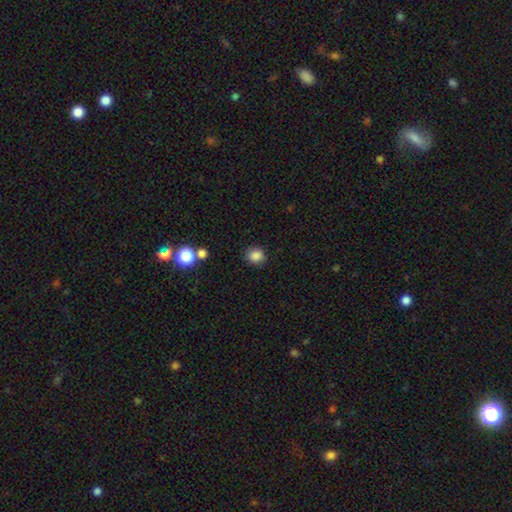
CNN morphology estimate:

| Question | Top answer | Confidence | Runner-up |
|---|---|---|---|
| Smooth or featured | smooth | 85% | star or artifact (11%) |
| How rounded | round | 78% | in between (21%) |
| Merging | none | 84% | minor disturbance (10%) |